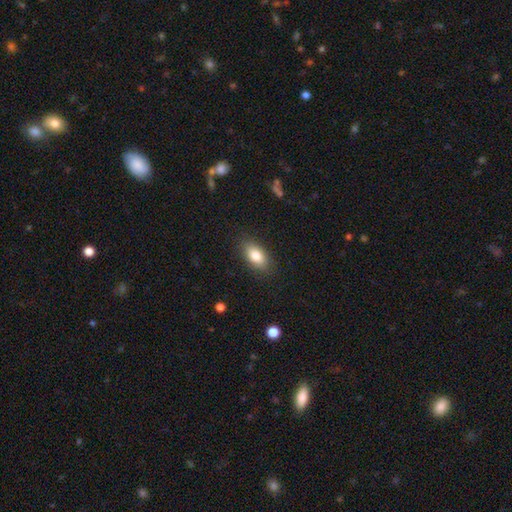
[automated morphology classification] smooth_or_featured: smooth (p=0.82) [alt: featured or disk p=0.10]
how_rounded: in between (p=0.90) [alt: round p=0.06]
merging: none (p=0.87) [alt: minor disturbance p=0.10]